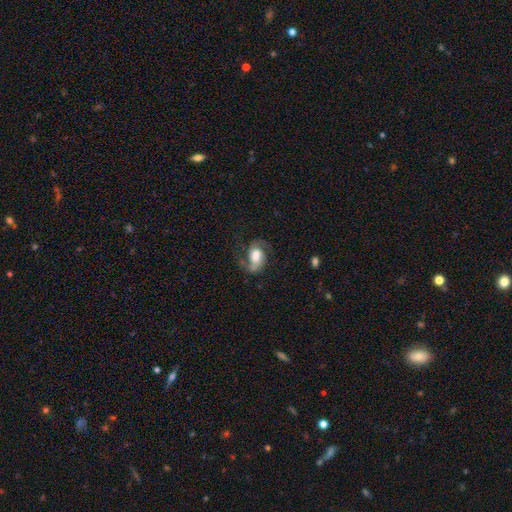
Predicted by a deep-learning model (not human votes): A featured or disk galaxy (67%) with no bar (45%), 2 (81%) medium (46%) spiral arms (91%) and a large central bulge (44%). Merging: none (56%).